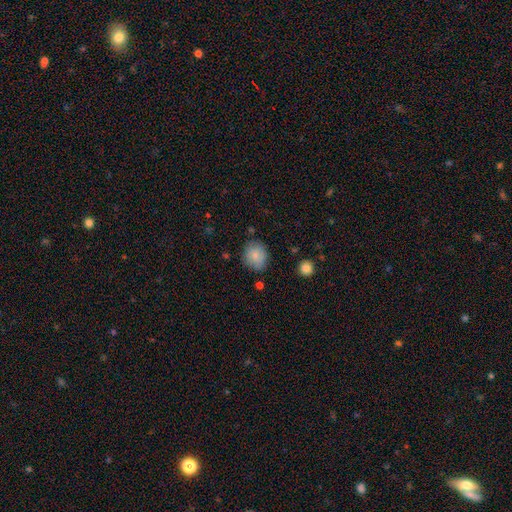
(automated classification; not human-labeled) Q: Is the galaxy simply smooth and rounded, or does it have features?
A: smooth — 83%.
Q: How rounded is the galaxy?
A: round — 68%.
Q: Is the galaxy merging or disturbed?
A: none — 75%.